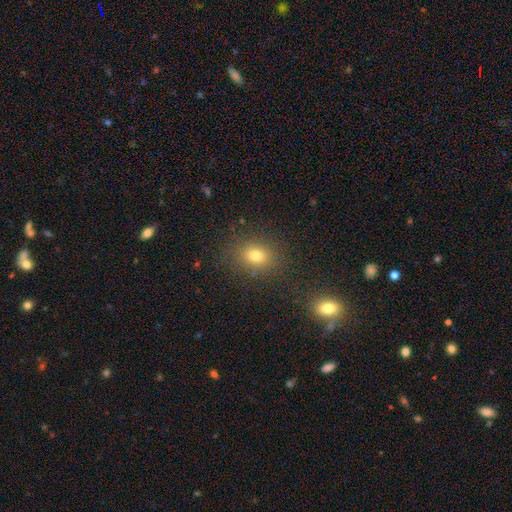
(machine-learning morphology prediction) Smooth or featured? Predicted: smooth (p=0.76). How rounded? Predicted: in between (p=0.54). Merging? Predicted: none (p=0.83).